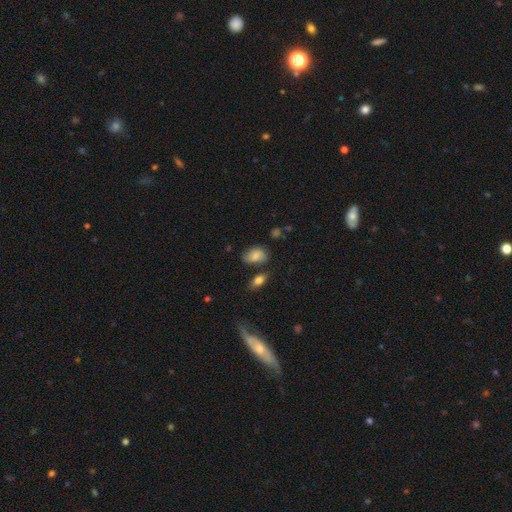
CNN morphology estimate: A smooth galaxy with no disk features (77%) that is in between round and cigar-shaped (83%). Merging: none (61%).